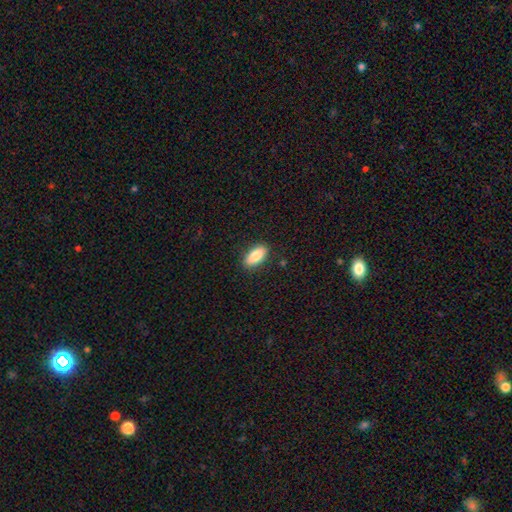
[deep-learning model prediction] The model was most divided on "merging": none: 87%, minor disturbance: 9%, major disturbance: 2%, merger: 1%. More confident: how rounded — in between (88%); smooth or featured — smooth (87%).